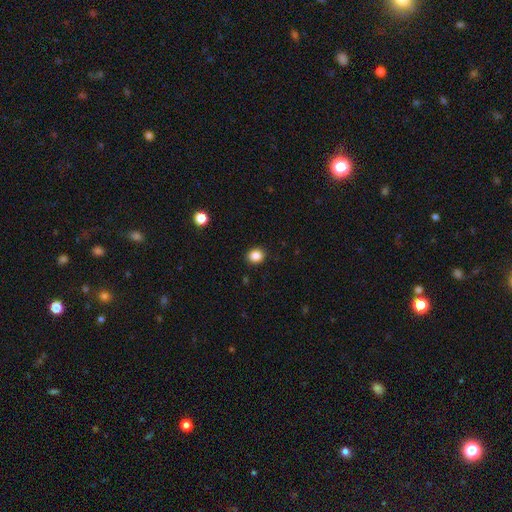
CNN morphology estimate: Smooth or featured? smooth (86%)
How rounded? round (69%)
Merging? none (90%)